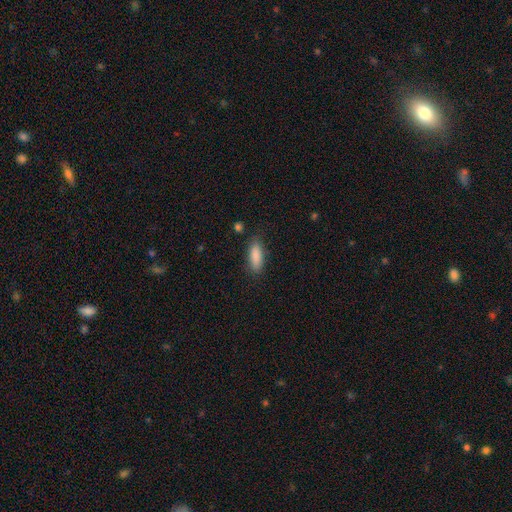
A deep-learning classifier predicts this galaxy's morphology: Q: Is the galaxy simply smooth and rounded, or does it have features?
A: smooth — 87%.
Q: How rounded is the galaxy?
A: in between — 69%.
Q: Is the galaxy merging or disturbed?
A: none — 80%.